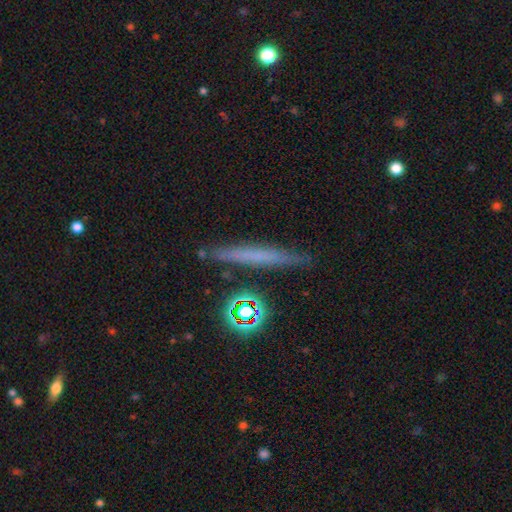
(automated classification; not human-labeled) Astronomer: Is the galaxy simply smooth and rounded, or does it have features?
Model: smooth — 49% (runner-up: featured or disk, 38%).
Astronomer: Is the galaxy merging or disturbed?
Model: none — 86%.